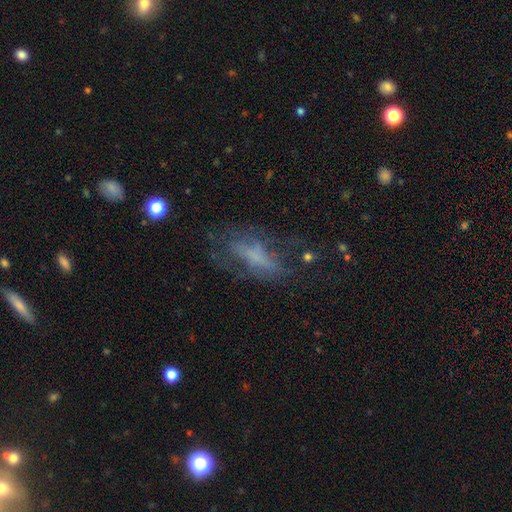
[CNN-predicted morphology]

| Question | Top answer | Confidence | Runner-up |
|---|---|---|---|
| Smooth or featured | featured or disk | 43% | smooth (41%) |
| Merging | none | 47% | major disturbance (27%) |